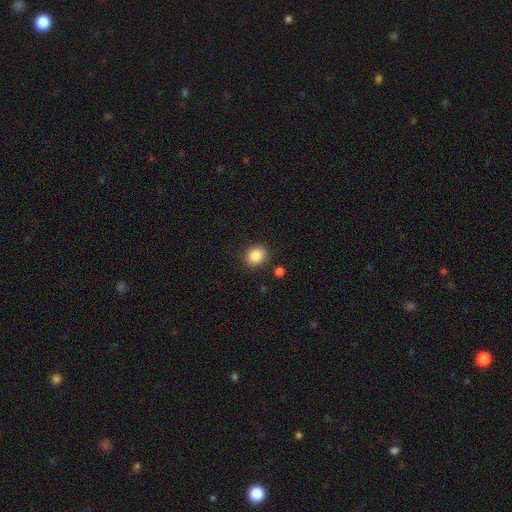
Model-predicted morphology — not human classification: smooth 86%, star or artifact 9%, featured or disk 5%. Down the decision tree: how rounded — round (56%); merging — none (86%).